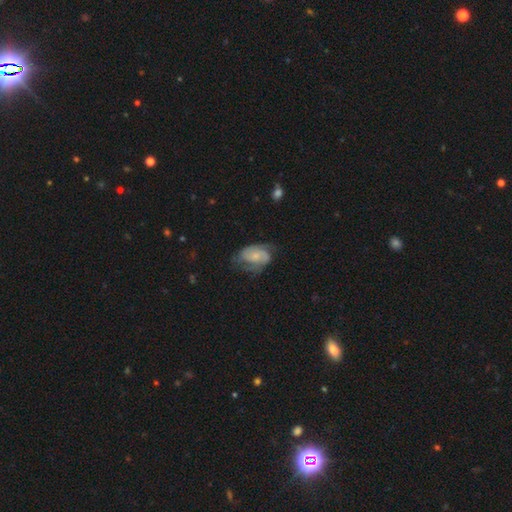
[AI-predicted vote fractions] This is likely a featured or disk galaxy (64%). It is clearly not viewed edge-on (97%). Bar: likely no (67%). Spiral arm pattern: clearly yes (87%). Spiral arm count: likely 2 (63%). Spiral winding: possibly medium (45%). Central bulge: possibly small (54%). Merging: possibly none (48%).